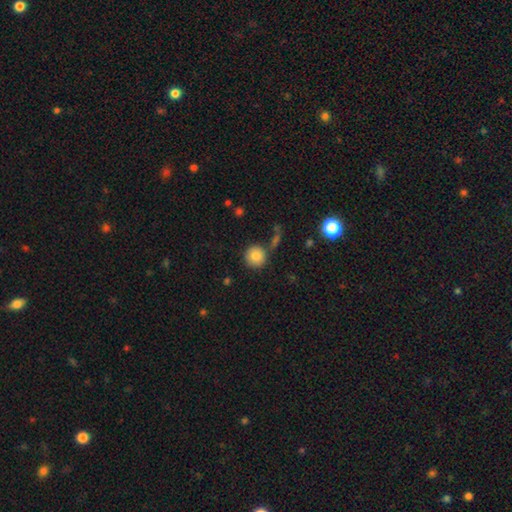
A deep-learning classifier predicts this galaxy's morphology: This appears to be a smooth galaxy with no disk features (83%) that is round (94%). Merging: none (78%).